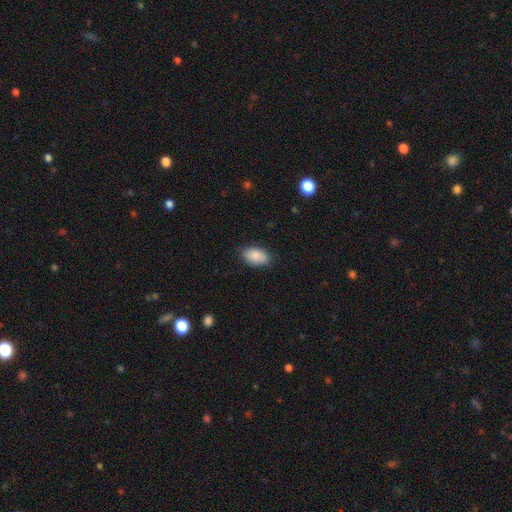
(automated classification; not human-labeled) The model was most divided on "merging": none: 82%, minor disturbance: 14%, major disturbance: 3%, merger: 1%. More confident: how rounded — in between (91%); smooth or featured — smooth (88%).